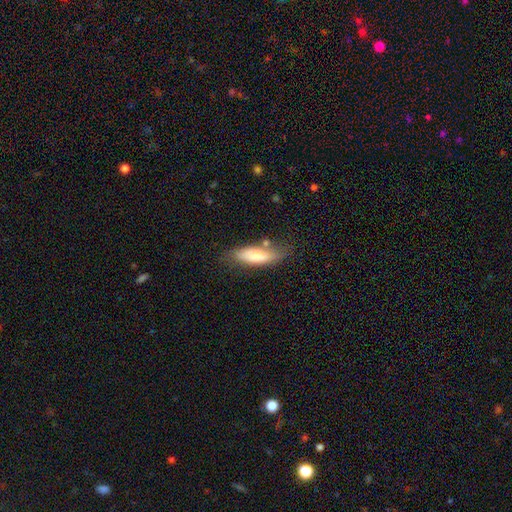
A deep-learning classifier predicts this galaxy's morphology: type=smooth (74%); roundness=in between (52%); merging=none (62%).